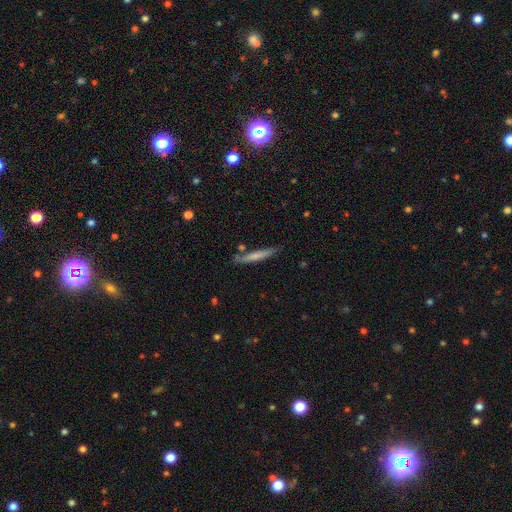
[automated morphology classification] The model was most divided on "smooth or featured": smooth: 66%, featured or disk: 28%, star or artifact: 6%. More confident: how rounded — cigar-shaped (94%); merging — none (79%).